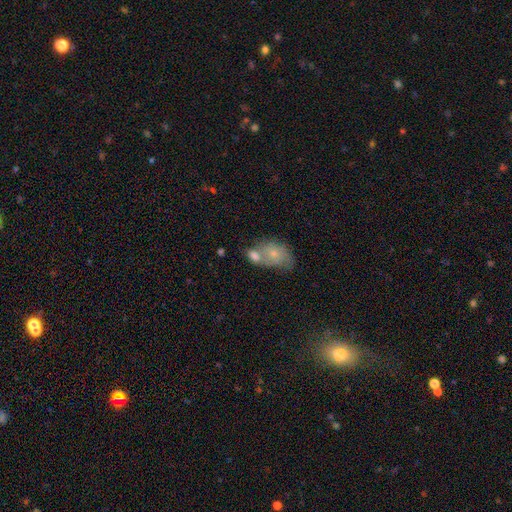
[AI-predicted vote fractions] smooth-or-featured: smooth: 53% | featured or disk: 37% | star or artifact: 10%
  how-rounded: in between: 75% | round: 23% | cigar-shaped: 2%
  merging: merger: 50% | none: 29% | minor disturbance: 14% | major disturbance: 7%